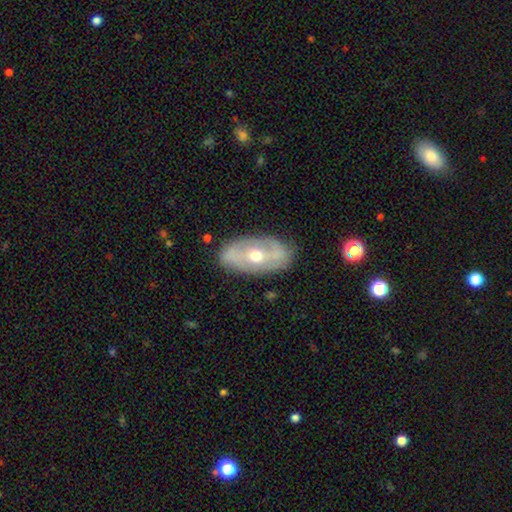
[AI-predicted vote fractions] Smooth or featured? featured or disk (66%)
Edge-on disk? no (89%)
Bar? no (53%)
Spiral arms? yes (51%)
Bulge size? moderate (74%)
Merging? none (79%)